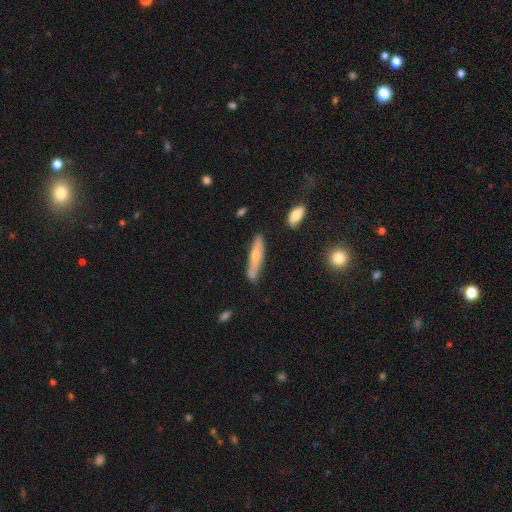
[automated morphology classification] This is likely a smooth galaxy (61%). How rounded: clearly cigar-shaped (84%). Merging: likely none (77%).